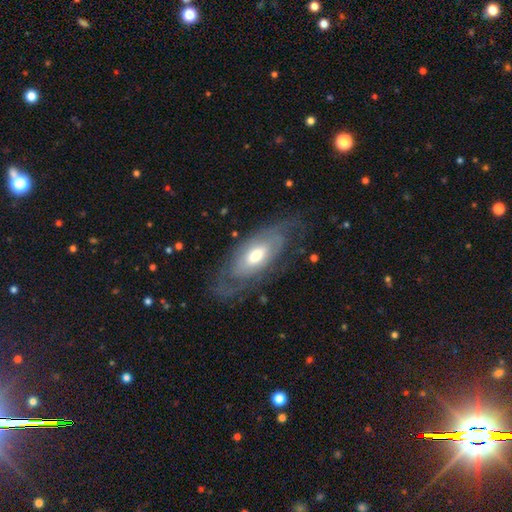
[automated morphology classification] Q: Smooth or featured?
A: featured or disk (71%); runner-up: smooth (24%)
Q: Edge-on disk?
A: no (86%); runner-up: yes (14%)
Q: Bar?
A: no (71%); runner-up: weak (23%)
Q: Spiral arms?
A: yes (75%); runner-up: no (25%)
Q: Bulge size?
A: moderate (65%); runner-up: large (20%)
Q: Merging?
A: none (68%); runner-up: minor disturbance (19%)